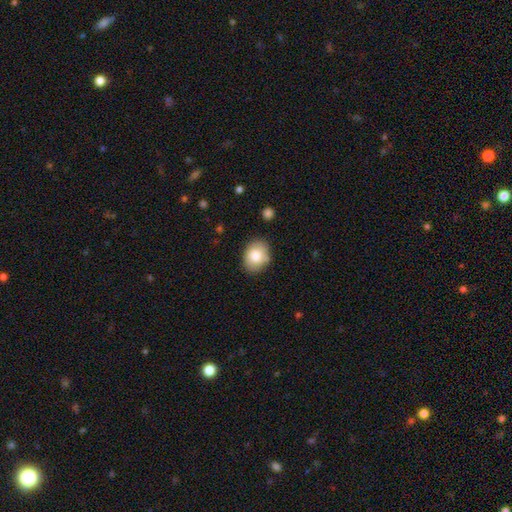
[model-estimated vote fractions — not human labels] The model was most divided on "how rounded": in between: 64%, round: 36%, cigar-shaped: 1%. More confident: smooth or featured — smooth (81%); merging — none (80%).